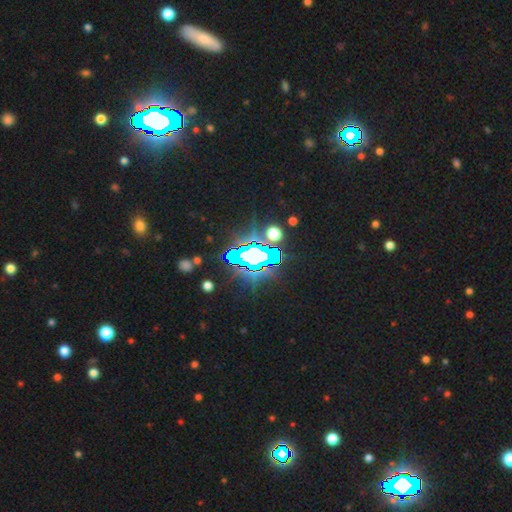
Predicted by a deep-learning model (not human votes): This is likely a star or artifact rather than a galaxy (72%).